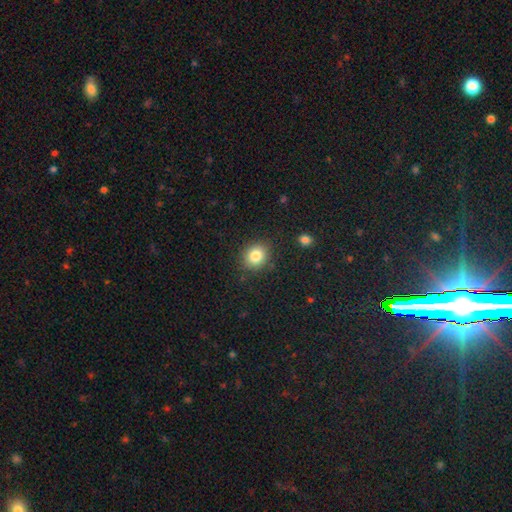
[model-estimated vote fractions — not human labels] smooth 83%, star or artifact 10%, featured or disk 6%. Down the decision tree: how rounded — round (70%); merging — none (86%).